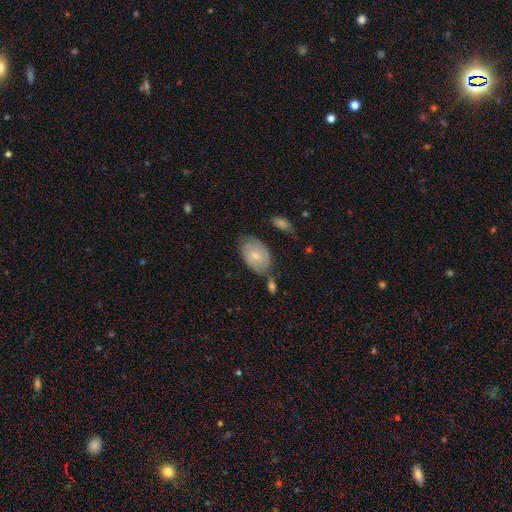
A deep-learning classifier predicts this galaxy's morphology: type=smooth (51%); roundness=in between (87%); merging=none (58%).